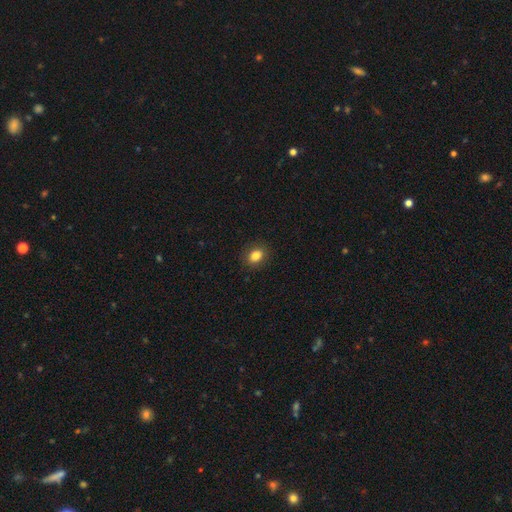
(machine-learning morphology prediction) A smooth galaxy with no disk features (85%) that is in between round and cigar-shaped (63%).

Vote fractions:
- Smooth or featured? smooth: 85% / star or artifact: 10% / featured or disk: 6%
- How rounded? in between: 63% / round: 35% / cigar-shaped: 1%
- Merging? none: 88% / minor disturbance: 9% / major disturbance: 2% / merger: 1%